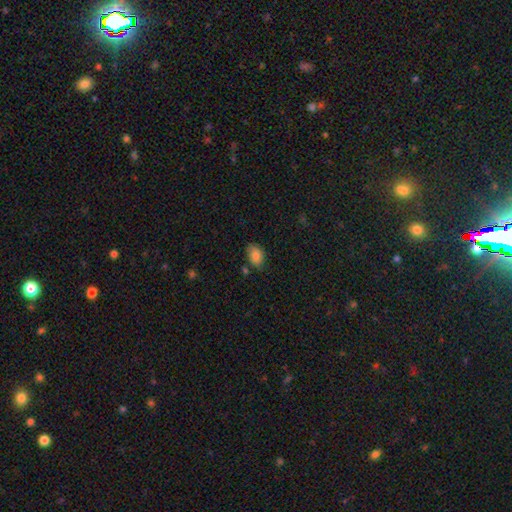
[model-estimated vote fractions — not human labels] smooth_or_featured: smooth (p=0.85) [alt: star or artifact p=0.08]
how_rounded: in between (p=0.84) [alt: round p=0.15]
merging: none (p=0.74) [alt: minor disturbance p=0.19]